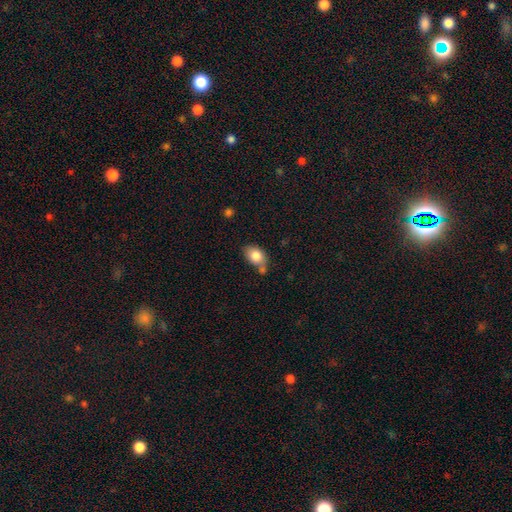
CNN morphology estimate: Overall: smooth (82%). How rounded: in between (77%). Merging: none (52%; minor disturbance 22%).